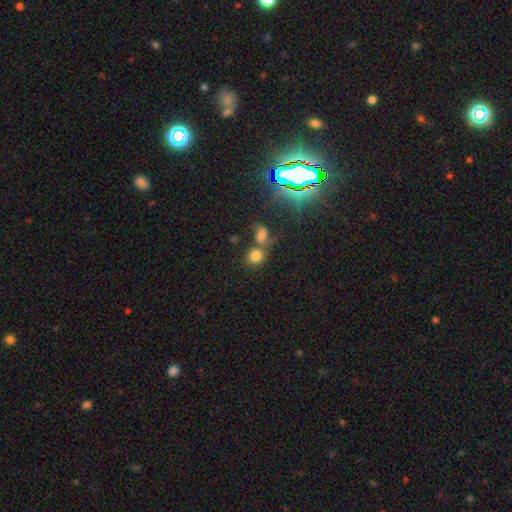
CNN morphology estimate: A smooth galaxy with no disk features (73%) that is round (78%). Merging: none (43%).